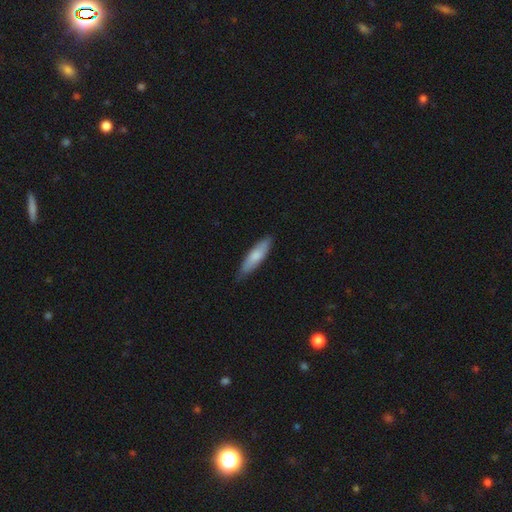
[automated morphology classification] This appears to be a smooth galaxy with no disk features (75%) that is cigar-shaped (69%). Merging: none (79%).